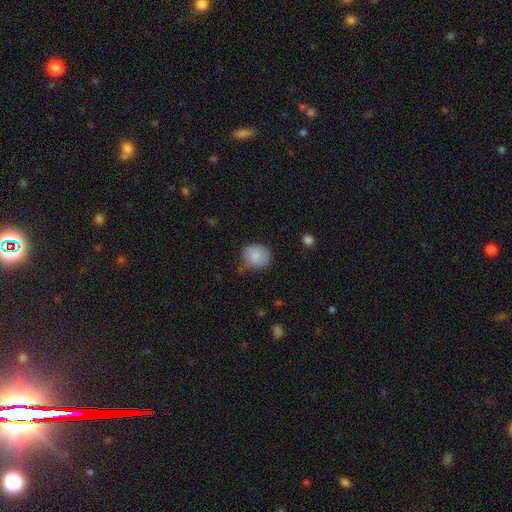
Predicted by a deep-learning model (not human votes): Overall: smooth (85%). How rounded: round (76%). Merging: none (63%; minor disturbance 28%).